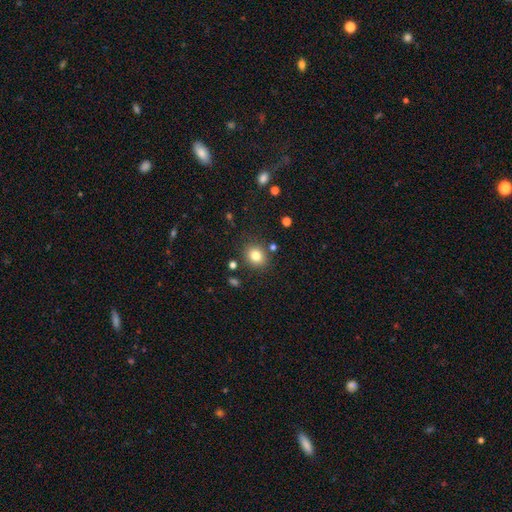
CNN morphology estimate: The model was most divided on "how rounded": round: 69%, in between: 30%, cigar-shaped: 1%. More confident: merging — none (83%); smooth or featured — smooth (81%).